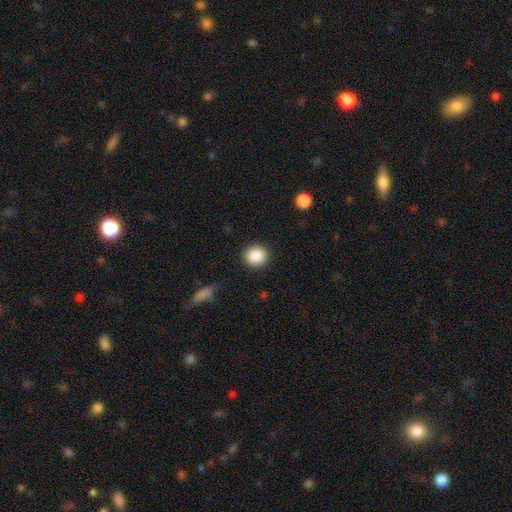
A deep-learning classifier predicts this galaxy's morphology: Smooth or featured?
  - smooth: 88% *
  - star or artifact: 9%
  - featured or disk: 3%
How rounded?
  - round: 89% *
  - in between: 10%
  - cigar-shaped: 1%
Merging?
  - none: 90% *
  - minor disturbance: 6%
  - major disturbance: 2%
  - merger: 1%